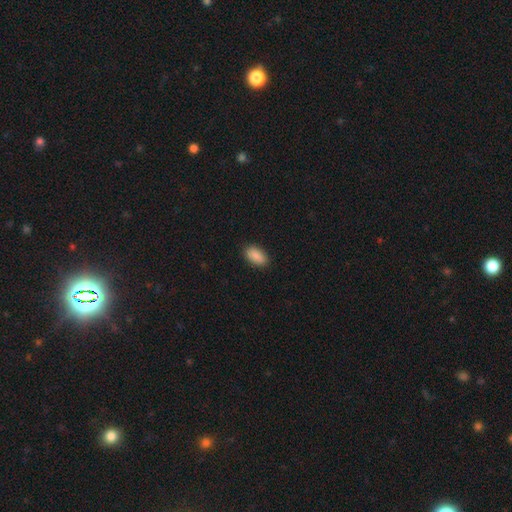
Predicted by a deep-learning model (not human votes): Morphology: type=smooth (90%); roundness=in between (94%); merging=none (89%).